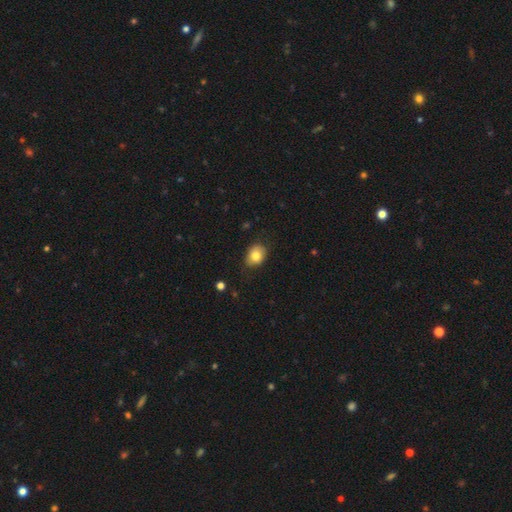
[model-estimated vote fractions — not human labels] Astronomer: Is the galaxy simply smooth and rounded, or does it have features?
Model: smooth — 82%.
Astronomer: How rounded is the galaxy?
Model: in between — 60% (runner-up: round, 39%).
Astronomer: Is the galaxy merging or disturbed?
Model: none — 78%.